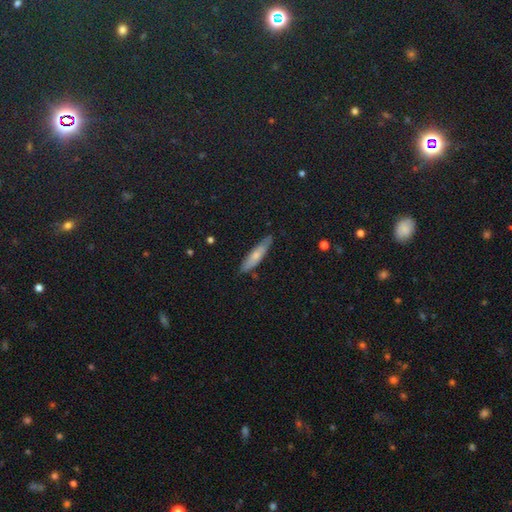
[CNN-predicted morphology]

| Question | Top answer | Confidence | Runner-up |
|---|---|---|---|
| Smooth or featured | smooth | 59% | featured or disk (33%) |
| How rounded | cigar-shaped | 78% | in between (20%) |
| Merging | none | 83% | minor disturbance (13%) |